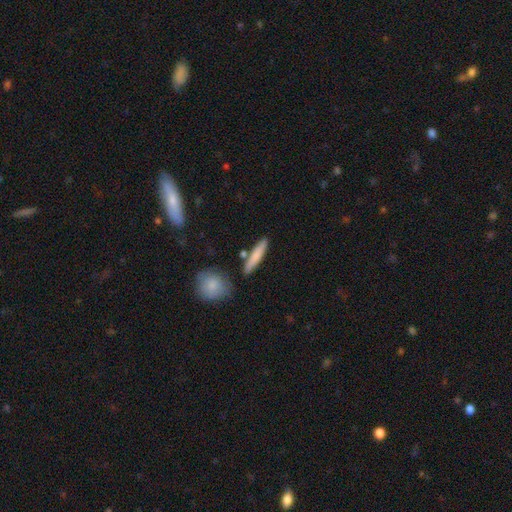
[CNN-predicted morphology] Smooth or featured? smooth (78%)
How rounded? cigar-shaped (84%)
Merging? none (80%)